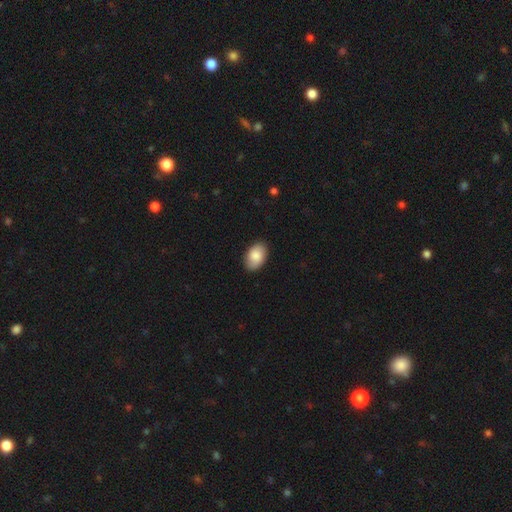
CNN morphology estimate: type=smooth (86%); roundness=in between (91%); merging=none (87%).